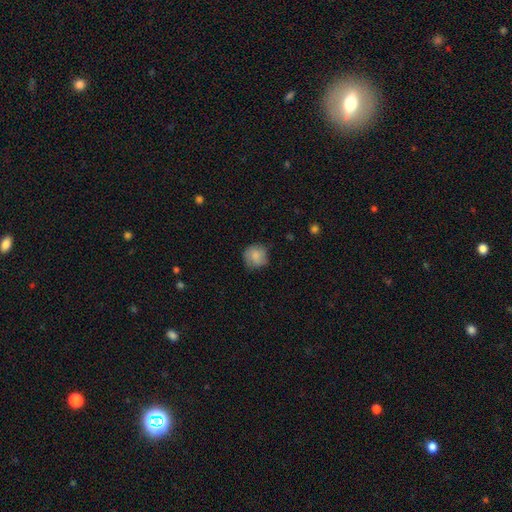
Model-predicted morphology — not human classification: Overall: smooth (79%). How rounded: round (85%). Merging: none (68%).